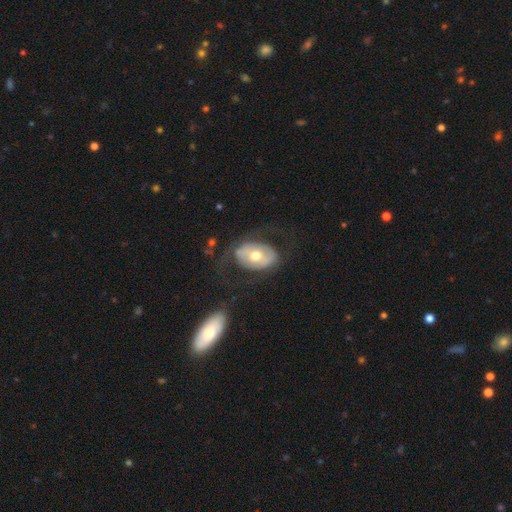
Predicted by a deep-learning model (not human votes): Morphology: type=featured or disk (57%); edge-on=no (93%); bar=no (52%); spiral arms=no (60%); bulge=moderate (72%); merging=none (63%).